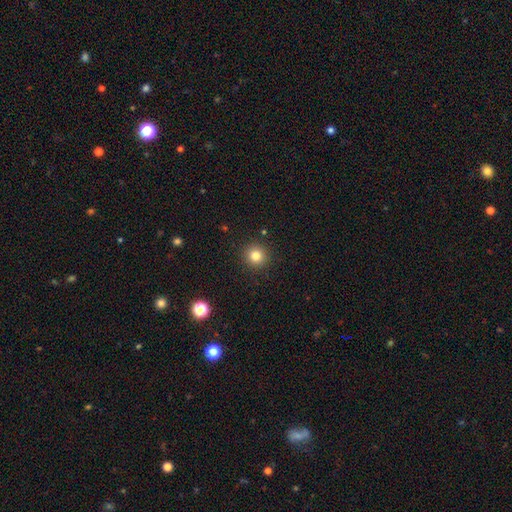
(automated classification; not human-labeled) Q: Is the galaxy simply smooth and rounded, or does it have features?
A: smooth — 80%.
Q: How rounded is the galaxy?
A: round — 94%.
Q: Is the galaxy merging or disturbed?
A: none — 92%.